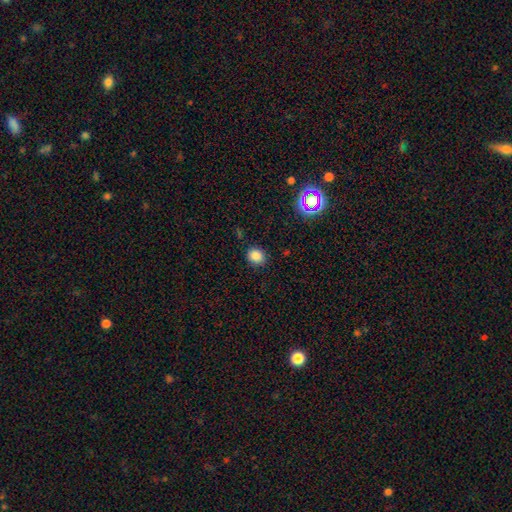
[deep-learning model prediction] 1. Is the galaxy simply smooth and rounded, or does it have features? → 82% smooth, 14% star or artifact, 4% featured or disk.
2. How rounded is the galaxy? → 71% round, 28% in between, 1% cigar-shaped.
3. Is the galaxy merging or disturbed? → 85% none, 11% minor disturbance, 3% major disturbance, 2% merger.